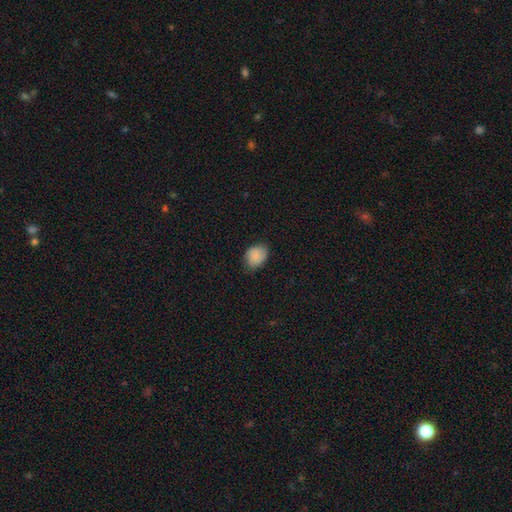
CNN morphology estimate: A smooth galaxy with no disk features (84%) that is in between round and cigar-shaped (67%). Merging: none (72%).